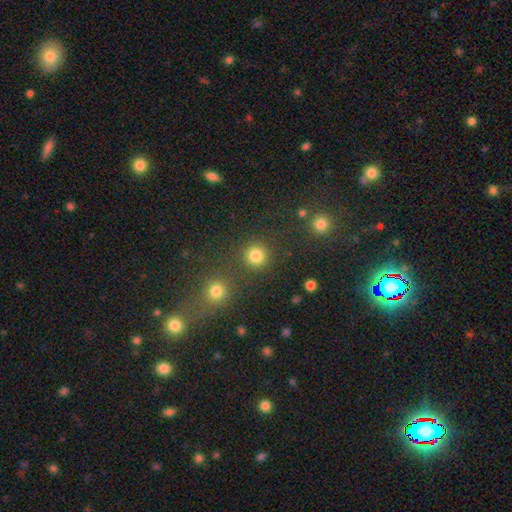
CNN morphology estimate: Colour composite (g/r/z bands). It shows a smooth galaxy with no disk features (83%) that is round (93%). Merging: none (84%).